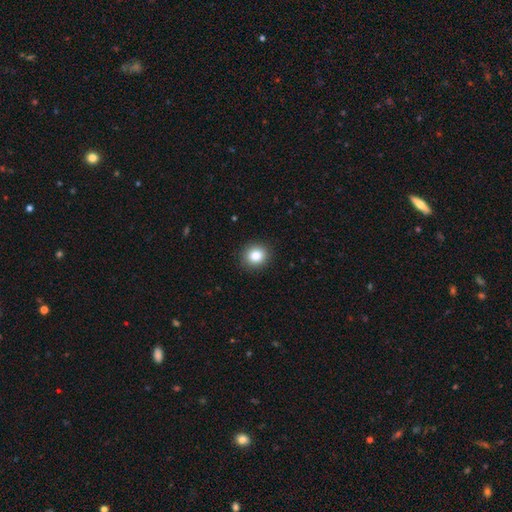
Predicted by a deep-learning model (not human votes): A smooth galaxy with no disk features (85%) that is round (83%).

Vote fractions:
- Smooth or featured? smooth: 85% / star or artifact: 10% / featured or disk: 5%
- How rounded? round: 83% / in between: 16% / cigar-shaped: 1%
- Merging? none: 90% / minor disturbance: 7% / major disturbance: 2% / merger: 1%